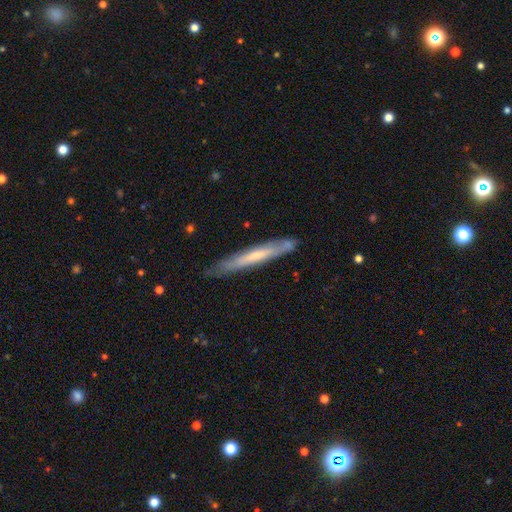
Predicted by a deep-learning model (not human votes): Morphology: type=featured or disk (48%); merging=none (79%).